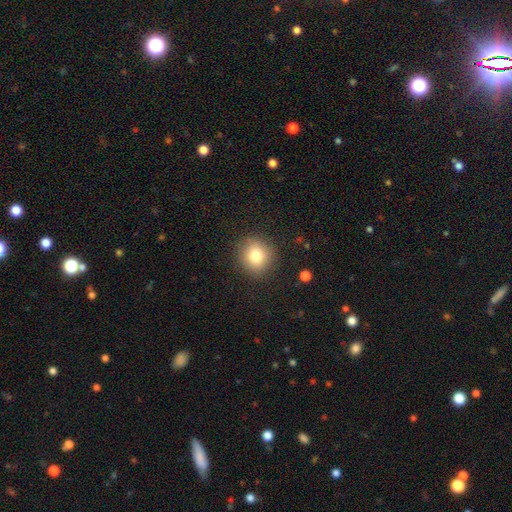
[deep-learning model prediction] smooth_or_featured: smooth (p=0.80) [alt: star or artifact p=0.11]
how_rounded: round (p=0.86) [alt: in between p=0.13]
merging: none (p=0.88) [alt: minor disturbance p=0.08]